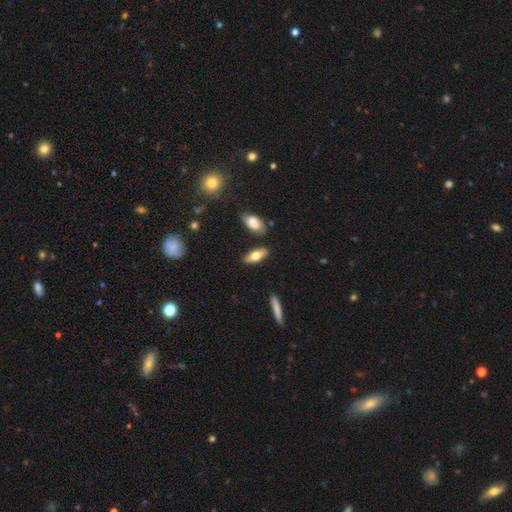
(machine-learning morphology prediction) Overall: smooth (68%). How rounded: in between (73%). Merging: none (82%).